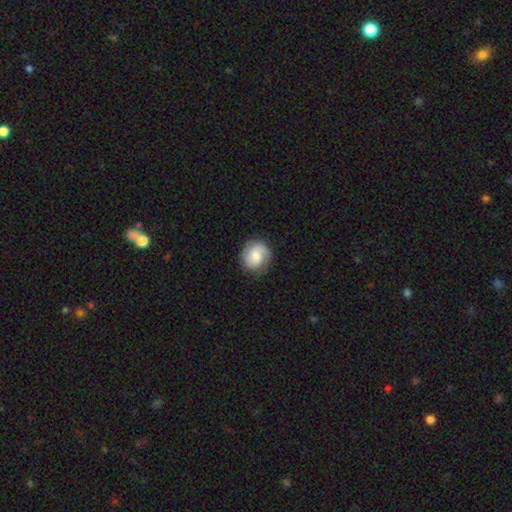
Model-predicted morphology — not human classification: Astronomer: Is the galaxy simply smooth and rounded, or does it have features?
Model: smooth — 55% (runner-up: featured or disk, 38%).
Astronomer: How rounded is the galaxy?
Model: round — 82%.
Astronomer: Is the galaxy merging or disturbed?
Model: none — 80%.